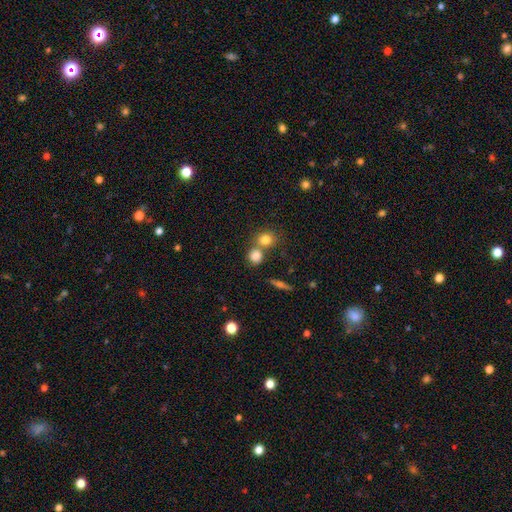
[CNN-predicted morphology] The model was most divided on "merging": none: 53%, merger: 35%, minor disturbance: 8%, major disturbance: 3%. More confident: how rounded — round (81%); smooth or featured — smooth (80%).